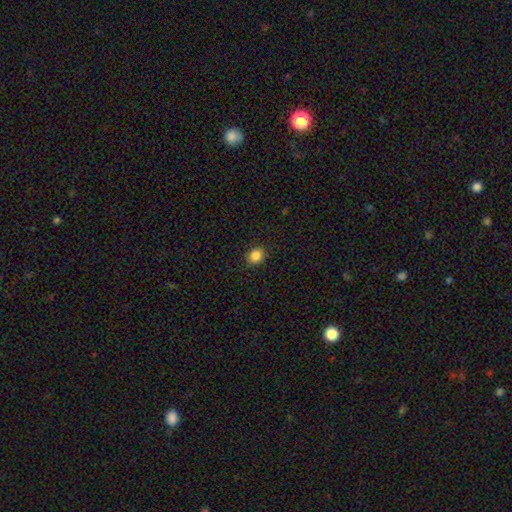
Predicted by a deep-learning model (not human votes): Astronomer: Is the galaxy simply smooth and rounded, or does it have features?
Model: smooth — 86%.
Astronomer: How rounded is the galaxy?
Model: round — 70%.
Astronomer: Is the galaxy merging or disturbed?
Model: none — 90%.